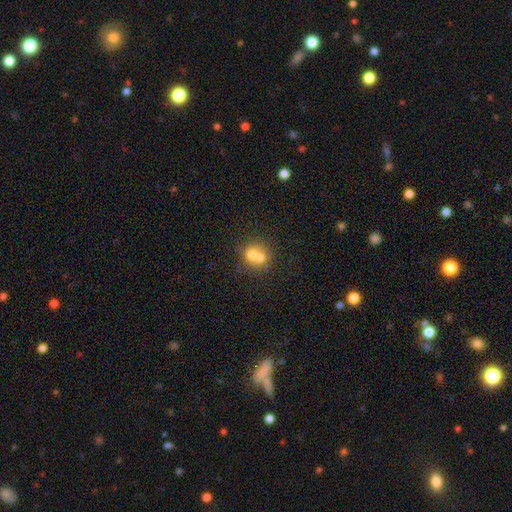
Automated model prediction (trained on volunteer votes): smooth_or_featured: smooth (p=0.68) [alt: featured or disk p=0.22]
how_rounded: round (p=0.76) [alt: in between p=0.24]
merging: merger (p=0.59) [alt: none p=0.30]